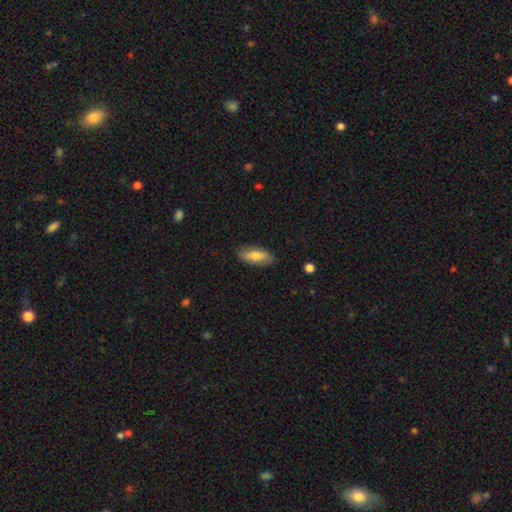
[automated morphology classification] Q: Smooth or featured?
A: smooth (72%); runner-up: featured or disk (21%)
Q: How rounded?
A: in between (76%); runner-up: cigar-shaped (21%)
Q: Merging?
A: none (83%); runner-up: minor disturbance (13%)